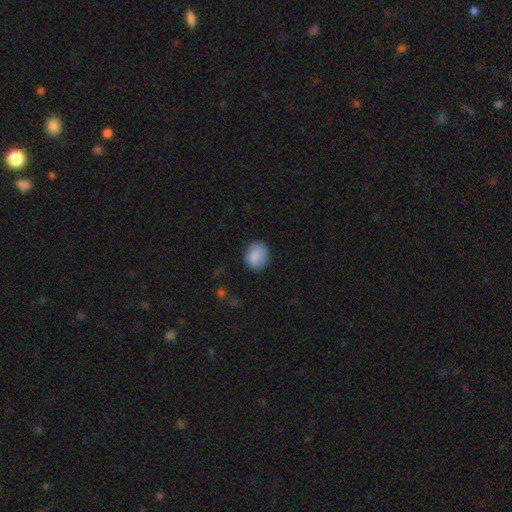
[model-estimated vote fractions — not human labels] Smooth or featured? Predicted: smooth (p=0.87). How rounded? Predicted: round (p=0.78). Merging? Predicted: none (p=0.81).